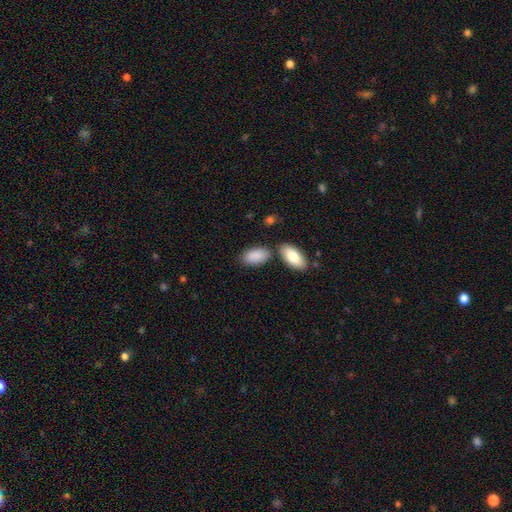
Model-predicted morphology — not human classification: Smooth or featured?
  - smooth: 89% *
  - featured or disk: 6%
  - star or artifact: 6%
How rounded?
  - in between: 94% *
  - cigar-shaped: 3%
  - round: 3%
Merging?
  - none: 69% *
  - minor disturbance: 14%
  - merger: 13%
  - major disturbance: 4%